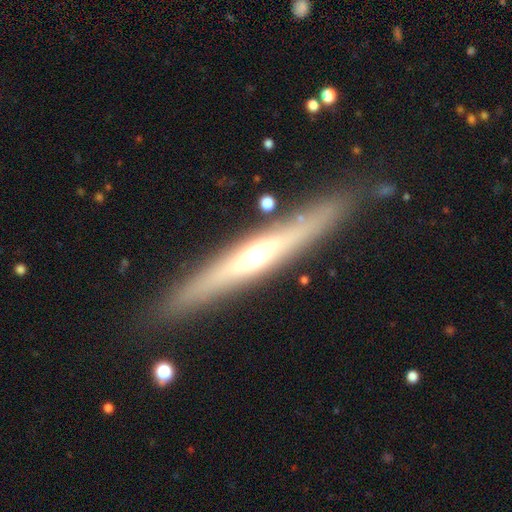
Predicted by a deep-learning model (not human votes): A featured or disk galaxy (68%) viewed edge-on (90%) with a rounded central bulge (77%).

Vote fractions:
- Smooth or featured? featured or disk: 68% / smooth: 26% / star or artifact: 7%
- Edge-on disk? yes: 90% / no: 10%
- Edge-on bulge? rounded: 77% / none: 19% / boxy: 4%
- Merging? none: 86% / minor disturbance: 10% / major disturbance: 2% / merger: 2%